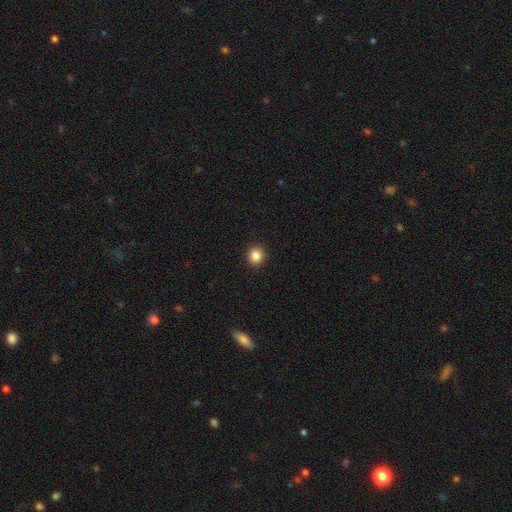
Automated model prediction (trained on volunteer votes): Q: Smooth or featured?
A: smooth (86%); runner-up: star or artifact (10%)
Q: How rounded?
A: round (88%); runner-up: in between (11%)
Q: Merging?
A: none (92%); runner-up: minor disturbance (5%)